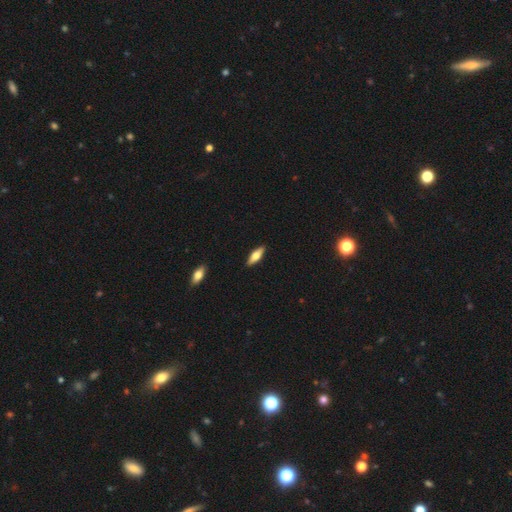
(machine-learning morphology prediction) smooth_or_featured: smooth (p=0.58) [alt: featured or disk p=0.36]
how_rounded: in between (p=0.54) [alt: cigar-shaped p=0.44]
merging: none (p=0.90) [alt: minor disturbance p=0.08]